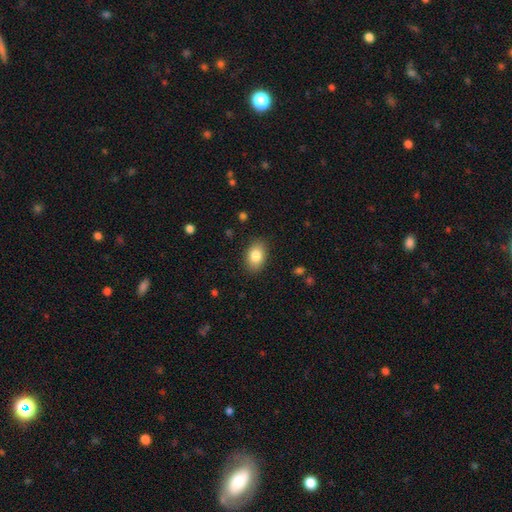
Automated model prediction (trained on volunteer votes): This is clearly a smooth galaxy (84%). How rounded: clearly in between (85%). Merging: clearly none (86%).